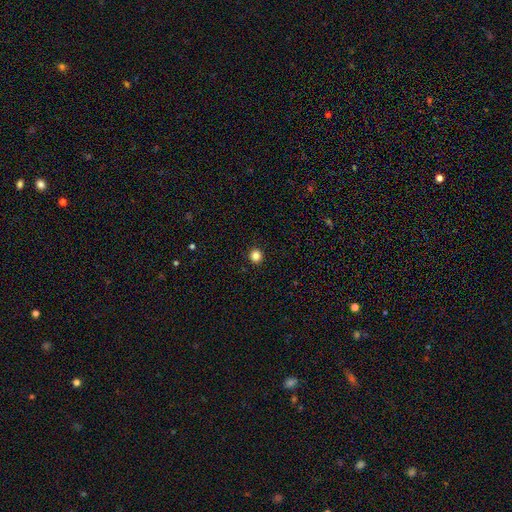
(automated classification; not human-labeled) This is clearly a smooth galaxy (85%). How rounded: clearly round (93%). Merging: clearly none (93%).